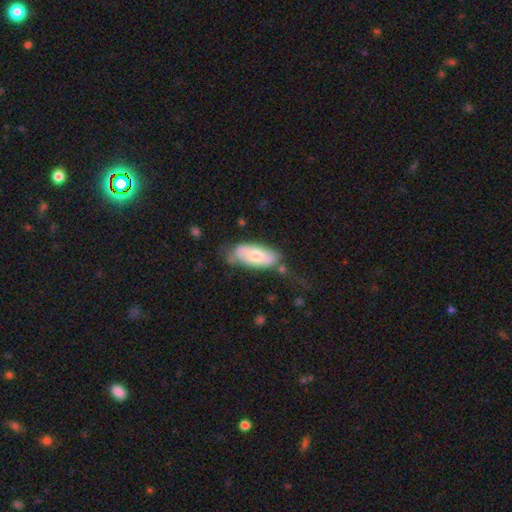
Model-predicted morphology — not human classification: A smooth galaxy with no disk features (65%) that is in between round and cigar-shaped (86%). Merging: none (56%).